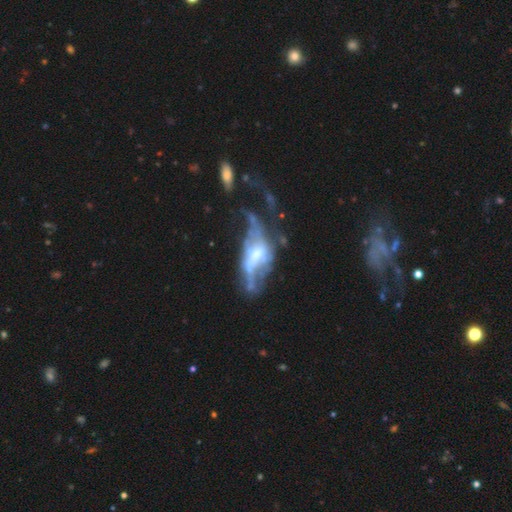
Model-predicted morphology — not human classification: smooth-or-featured: featured or disk: 71% | smooth: 18% | star or artifact: 11%
  disk-edge-on: no: 87% | yes: 13%
    bar: no: 44% | weak: 34% | strong: 22%
    has-spiral-arms: no: 53% | yes: 47%
    bulge-size: moderate: 41% | small: 27% | none: 15% | large: 14% | dominant: 2%
  merging: major disturbance: 46% | none: 20% | merger: 18% | minor disturbance: 15%